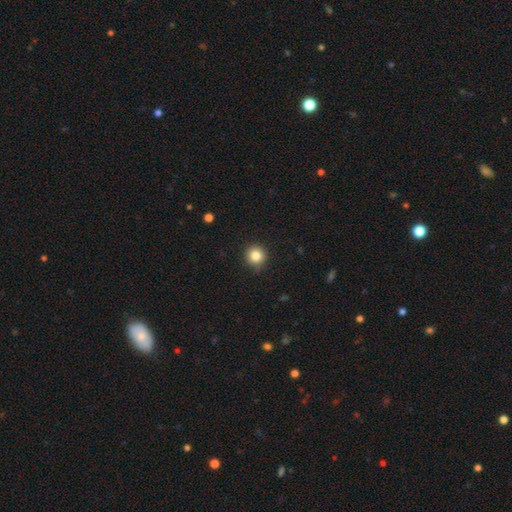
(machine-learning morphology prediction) Q: Smooth or featured?
A: smooth (83%); runner-up: star or artifact (11%)
Q: How rounded?
A: round (95%); runner-up: in between (4%)
Q: Merging?
A: none (88%); runner-up: minor disturbance (9%)